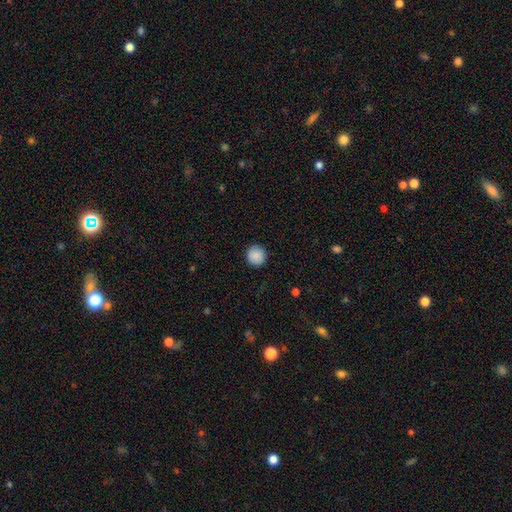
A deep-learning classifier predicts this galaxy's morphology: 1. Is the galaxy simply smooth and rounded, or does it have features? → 89% smooth, 8% star or artifact, 3% featured or disk.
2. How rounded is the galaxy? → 95% round, 4% in between, 1% cigar-shaped.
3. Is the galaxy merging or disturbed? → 91% none, 6% minor disturbance, 2% major disturbance, 1% merger.